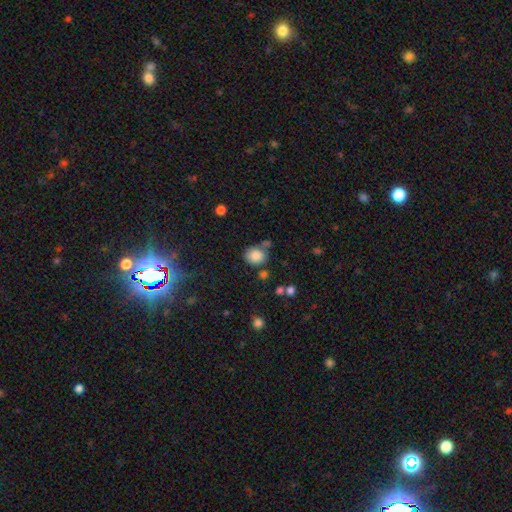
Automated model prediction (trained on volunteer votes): Overall: smooth (84%). How rounded: round (61%; in between 38%). Merging: none (69%).